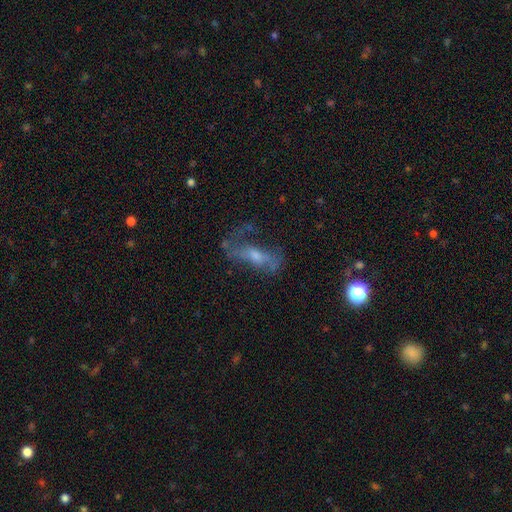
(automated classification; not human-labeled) Overall: featured or disk (62%; smooth 24%). Edge-on disk: no (79%). Merging: none (45%; major disturbance 30%).